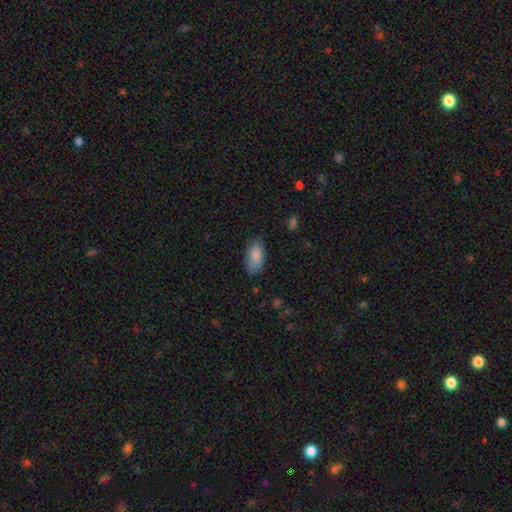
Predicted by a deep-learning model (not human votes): smooth 86%, featured or disk 8%, star or artifact 6%. Down the decision tree: how rounded — in between (93%); merging — none (77%).